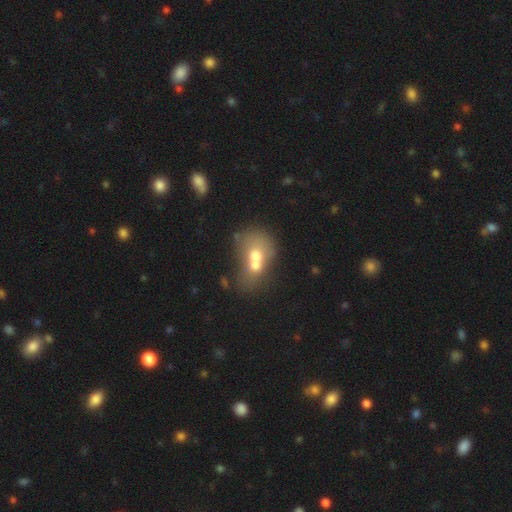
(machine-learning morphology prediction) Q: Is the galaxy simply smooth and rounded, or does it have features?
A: smooth — 57%.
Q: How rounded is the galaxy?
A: round — 53%.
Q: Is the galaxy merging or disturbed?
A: merger — 74%.